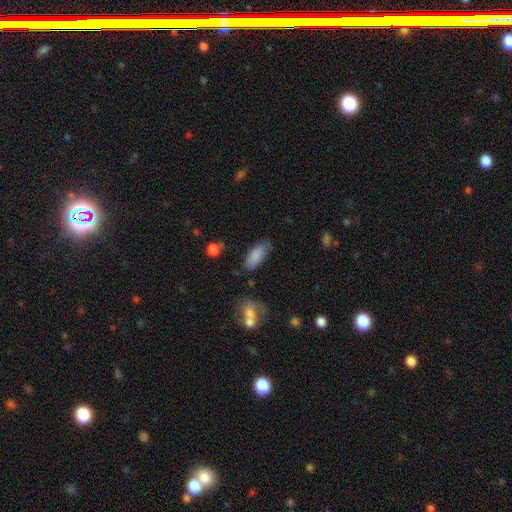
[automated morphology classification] The model was most divided on "merging": none: 77%, minor disturbance: 16%, major disturbance: 4%, merger: 3%. More confident: smooth or featured — smooth (85%); how rounded — in between (79%).